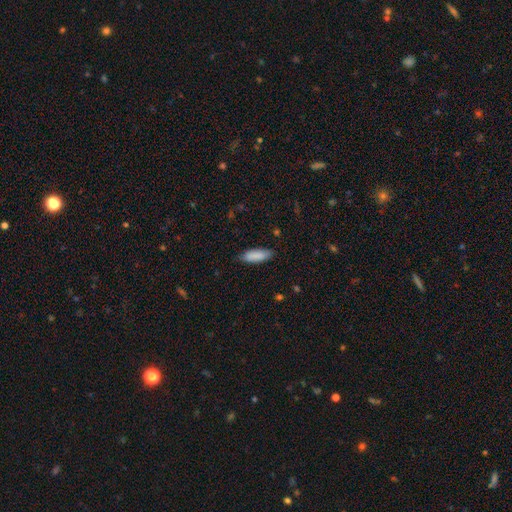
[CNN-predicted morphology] This appears to be a smooth galaxy with no disk features (88%) that is in between round and cigar-shaped (64%). Merging: none (80%).